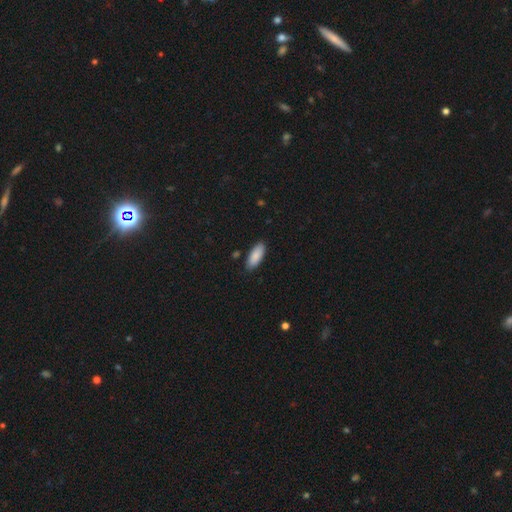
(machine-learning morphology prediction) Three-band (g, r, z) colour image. It shows a smooth galaxy with no disk features (88%) that is in between round and cigar-shaped (81%). Merging: none (86%).